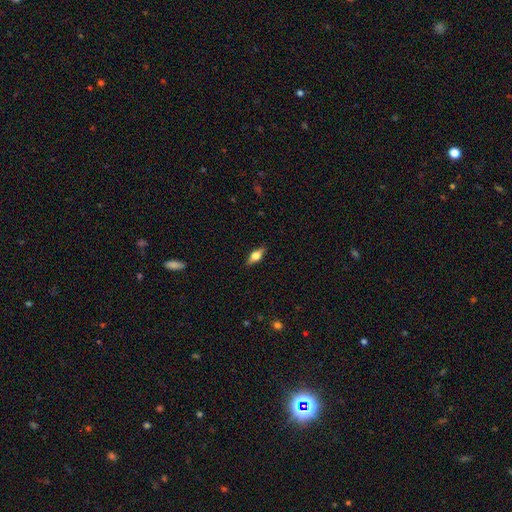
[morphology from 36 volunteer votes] Smooth or featured? featured or disk (61%)
Edge-on disk? yes (95%)
Edge-on bulge? rounded (90%)
Merging? none (92%)